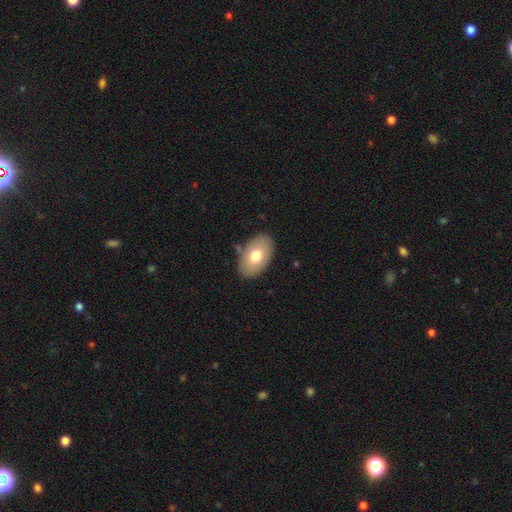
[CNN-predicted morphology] A smooth galaxy with no disk features (72%) that is in between round and cigar-shaped (92%). Merging: none (81%).